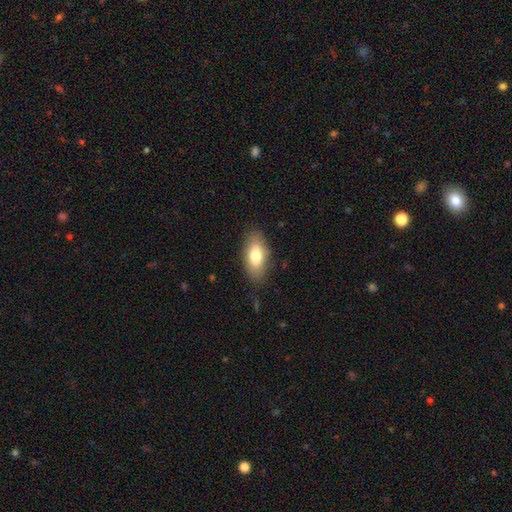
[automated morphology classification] smooth_or_featured: smooth (p=0.75) [alt: featured or disk p=0.18]
how_rounded: in between (p=0.88) [alt: cigar-shaped p=0.08]
merging: none (p=0.83) [alt: minor disturbance p=0.13]